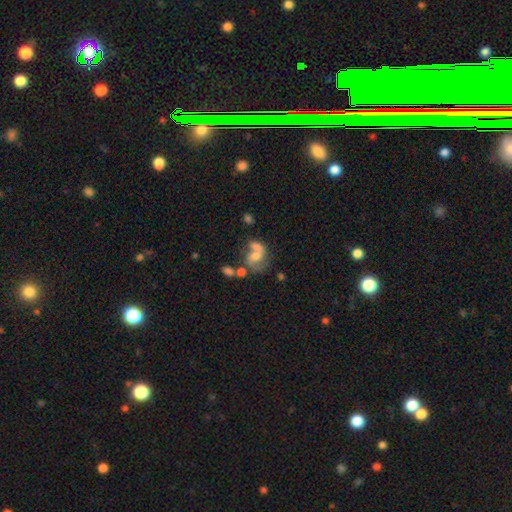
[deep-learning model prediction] featured or disk 58%, smooth 32%, star or artifact 10%. Down the decision tree: edge-on disk — no (97%); bar — no (56%); spiral arms — yes (77%); bulge size — moderate (50%); merging — merger (40%).